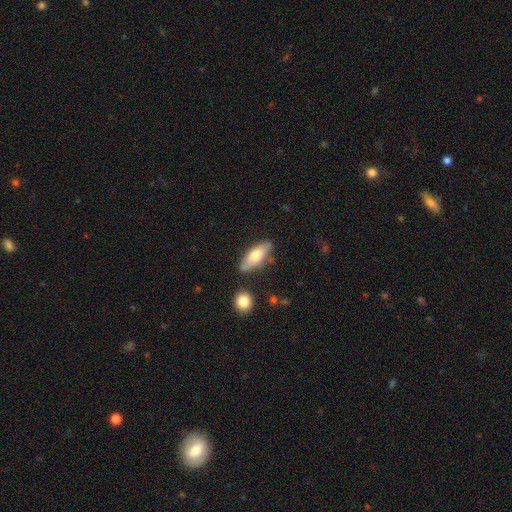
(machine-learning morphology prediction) smooth 65%, featured or disk 29%, star or artifact 6%. Down the decision tree: how rounded — in between (70%); merging — none (74%).